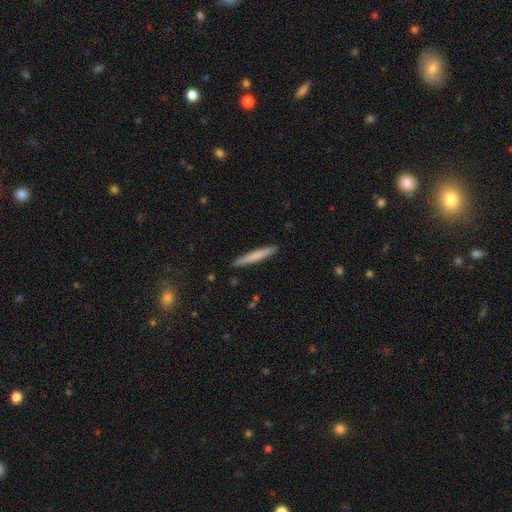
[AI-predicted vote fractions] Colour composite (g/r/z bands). It shows a smooth galaxy with no disk features (68%) that is cigar-shaped (96%). Merging: none (91%).